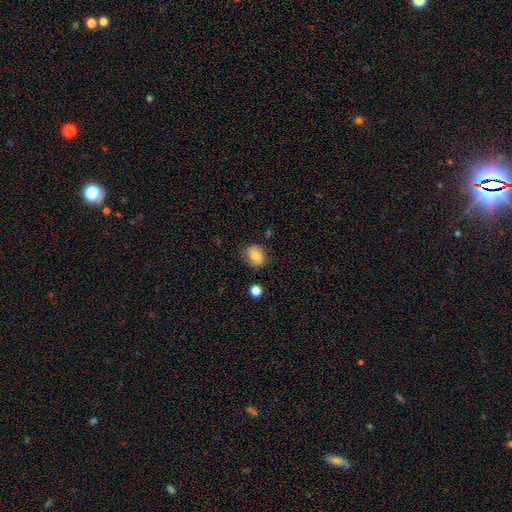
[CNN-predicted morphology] Smooth or featured: smooth — 75% (featured or disk — 16%)
How rounded: in between — 53% (round — 46%)
Merging: none — 76% (minor disturbance — 18%)